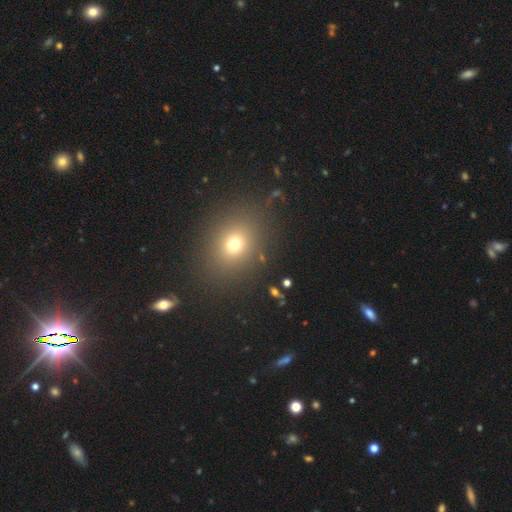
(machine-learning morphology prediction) A smooth galaxy with no disk features (56%) that is round (59%).

Vote fractions:
- Smooth or featured? smooth: 56% / star or artifact: 36% / featured or disk: 8%
- How rounded? round: 59% / in between: 40% / cigar-shaped: 1%
- Merging? none: 89% / minor disturbance: 7% / major disturbance: 3% / merger: 2%